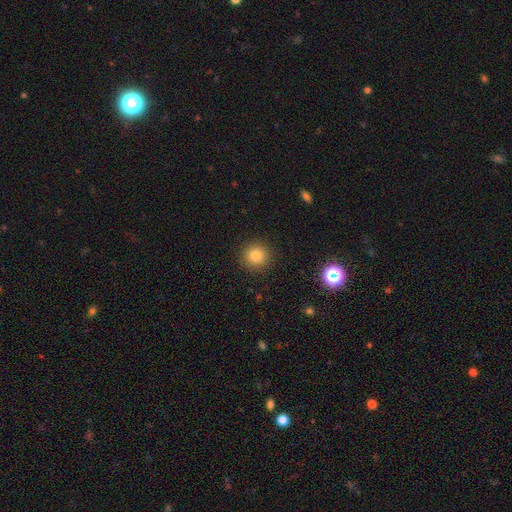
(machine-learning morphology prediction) A smooth galaxy with no disk features (81%) that is round (94%).

Vote fractions:
- Smooth or featured? smooth: 81% / star or artifact: 13% / featured or disk: 6%
- How rounded? round: 94% / in between: 5% / cigar-shaped: 1%
- Merging? none: 91% / minor disturbance: 5% / major disturbance: 2% / merger: 1%